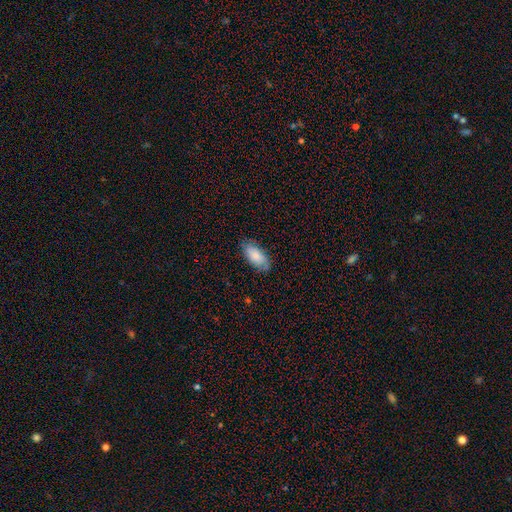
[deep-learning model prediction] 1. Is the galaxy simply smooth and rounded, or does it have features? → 81% smooth, 13% featured or disk, 6% star or artifact.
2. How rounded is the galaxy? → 91% in between, 7% cigar-shaped, 2% round.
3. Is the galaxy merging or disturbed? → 78% none, 17% minor disturbance, 3% major disturbance, 1% merger.